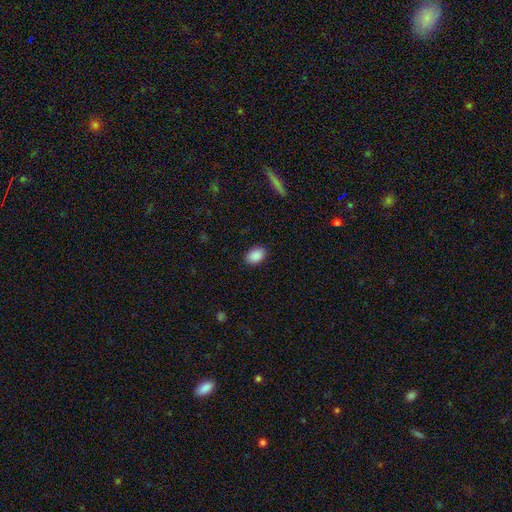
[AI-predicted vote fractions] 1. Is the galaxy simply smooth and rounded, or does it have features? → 90% smooth, 8% star or artifact, 3% featured or disk.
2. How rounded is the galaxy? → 86% in between, 13% round, 1% cigar-shaped.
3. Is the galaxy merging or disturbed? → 89% none, 8% minor disturbance, 2% major disturbance, 1% merger.